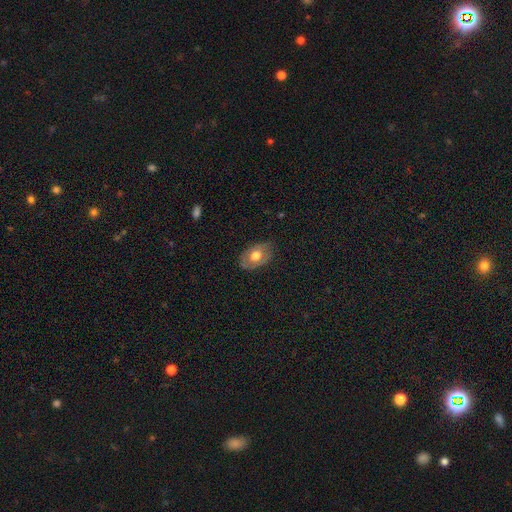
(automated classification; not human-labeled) smooth_or_featured: smooth (p=0.57) [alt: featured or disk p=0.35]
how_rounded: in between (p=0.84) [alt: round p=0.15]
merging: none (p=0.75) [alt: minor disturbance p=0.20]